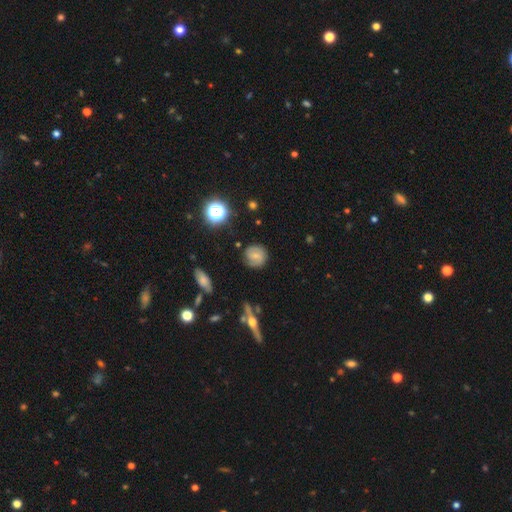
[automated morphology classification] Q: Smooth or featured?
A: smooth (46%); runner-up: featured or disk (43%)
Q: Merging?
A: none (79%); runner-up: minor disturbance (15%)